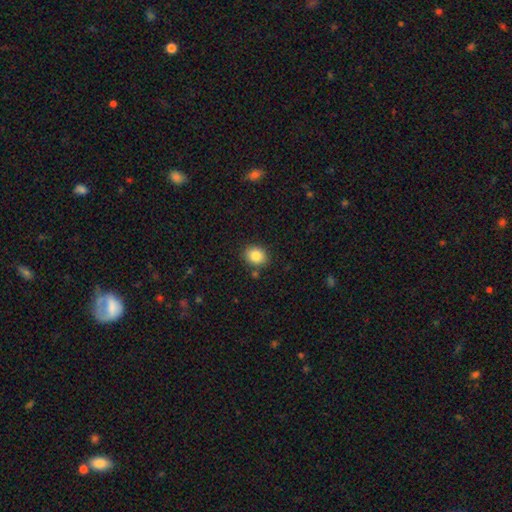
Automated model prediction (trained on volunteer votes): This is clearly a smooth galaxy (84%). How rounded: possibly round (57%). Merging: clearly none (85%).